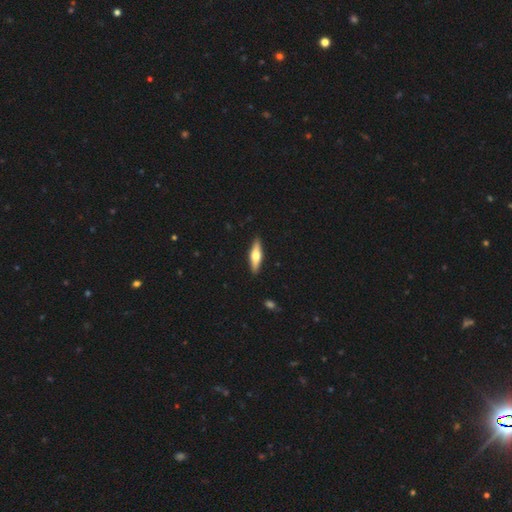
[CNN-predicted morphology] smooth 49%, featured or disk 45%, star or artifact 5%. Down the decision tree: merging — none (90%).